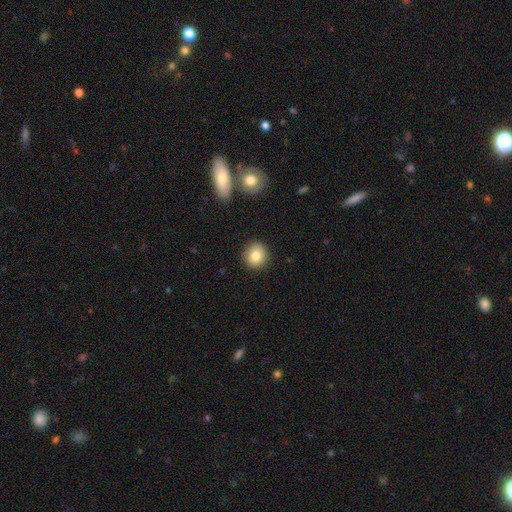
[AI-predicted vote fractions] This appears to be a smooth galaxy with no disk features (82%) that is round (90%). Merging: none (90%).